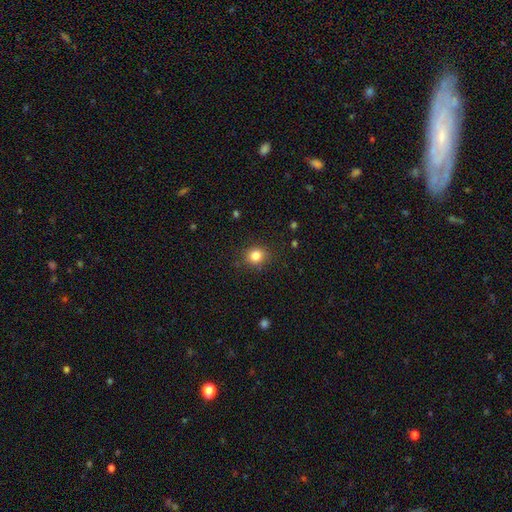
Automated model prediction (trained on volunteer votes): Smooth or featured? Predicted: smooth (p=0.83). How rounded? Predicted: round (p=0.75). Merging? Predicted: none (p=0.87).